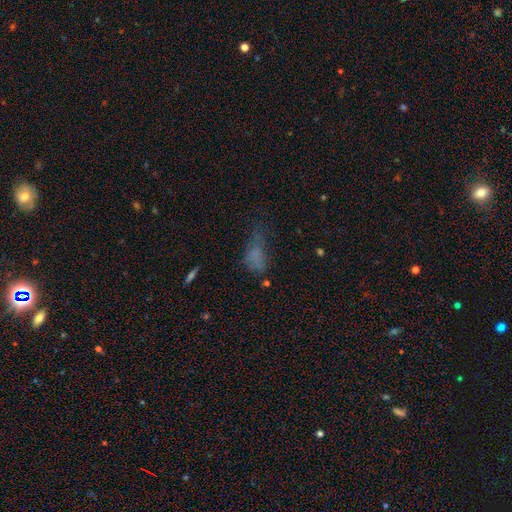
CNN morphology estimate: Smooth or featured? Predicted: smooth (p=0.61). How rounded? Predicted: in between (p=0.77). Merging? Predicted: major disturbance (p=0.38).